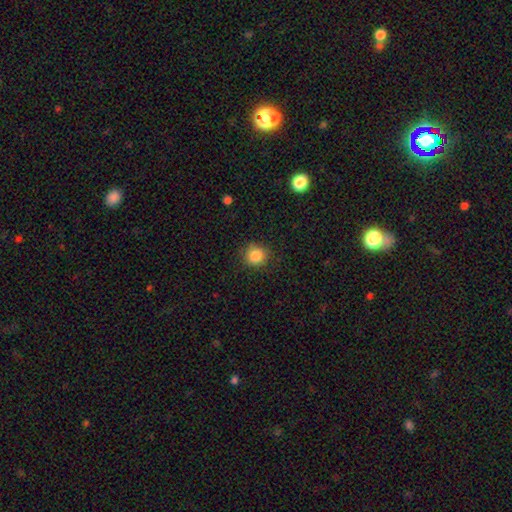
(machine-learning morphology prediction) Smooth or featured?
  - smooth: 85% *
  - star or artifact: 10%
  - featured or disk: 5%
How rounded?
  - round: 90% *
  - in between: 9%
  - cigar-shaped: 1%
Merging?
  - none: 85% *
  - minor disturbance: 11%
  - major disturbance: 3%
  - merger: 1%